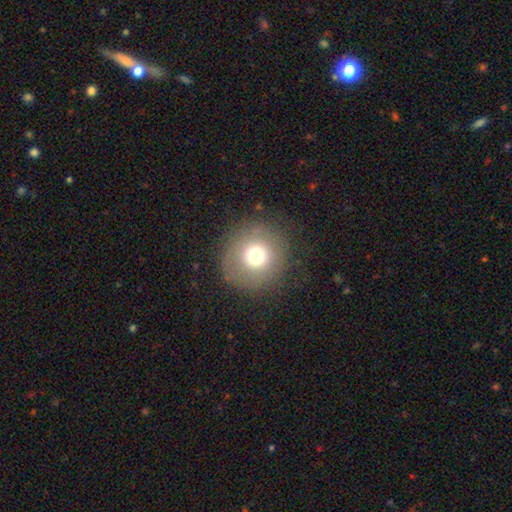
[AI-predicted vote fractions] A smooth galaxy with no disk features (71%) that is round (93%).

Vote fractions:
- Smooth or featured? smooth: 71% / star or artifact: 15% / featured or disk: 14%
- How rounded? round: 93% / in between: 6% / cigar-shaped: 1%
- Merging? none: 83% / minor disturbance: 10% / major disturbance: 6% / merger: 1%